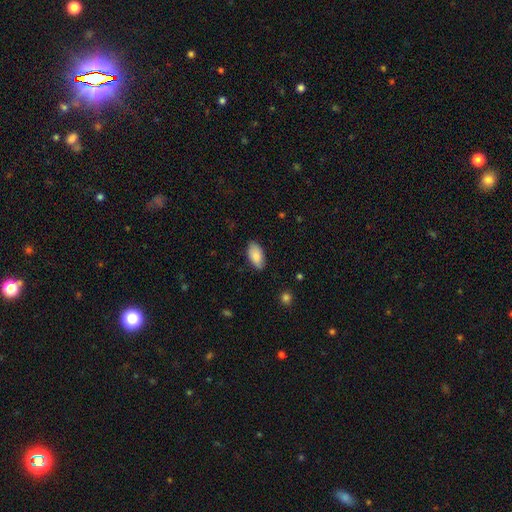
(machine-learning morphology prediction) A smooth galaxy with no disk features (85%) that is in between round and cigar-shaped (94%).

Vote fractions:
- Smooth or featured? smooth: 85% / featured or disk: 9% / star or artifact: 6%
- How rounded? in between: 94% / cigar-shaped: 4% / round: 3%
- Merging? none: 81% / minor disturbance: 15% / major disturbance: 3% / merger: 1%